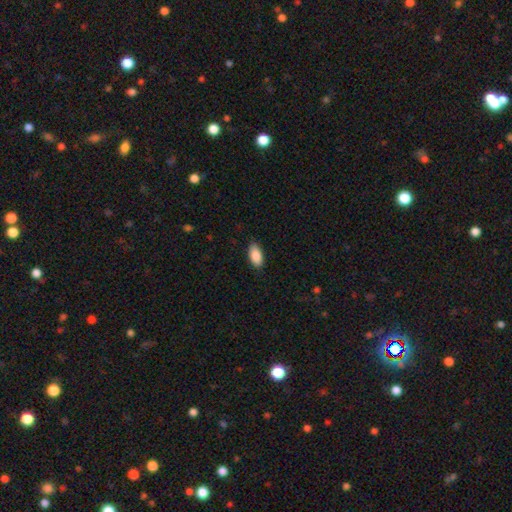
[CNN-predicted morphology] smooth-or-featured: smooth: 89% | star or artifact: 6% | featured or disk: 5%
  how-rounded: in between: 92% | cigar-shaped: 6% | round: 2%
  merging: none: 85% | minor disturbance: 12% | major disturbance: 2% | merger: 1%